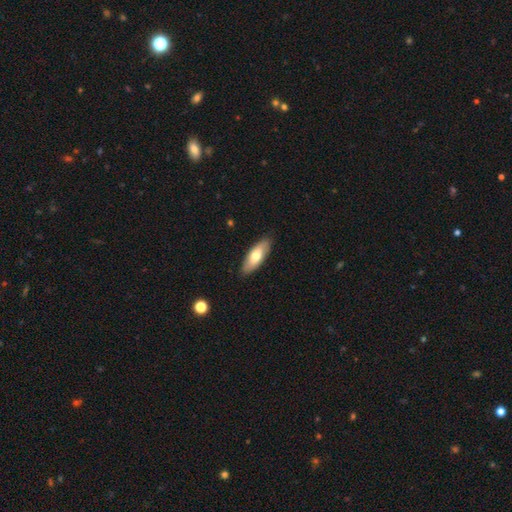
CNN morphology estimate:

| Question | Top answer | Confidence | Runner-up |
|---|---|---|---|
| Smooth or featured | smooth | 69% | featured or disk (26%) |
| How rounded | in between | 69% | cigar-shaped (29%) |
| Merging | none | 87% | minor disturbance (10%) |